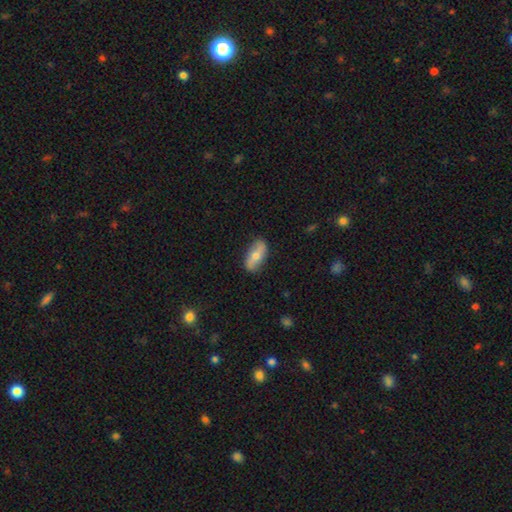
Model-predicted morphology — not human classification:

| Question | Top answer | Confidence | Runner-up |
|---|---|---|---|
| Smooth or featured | smooth | 54% | featured or disk (40%) |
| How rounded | in between | 82% | cigar-shaped (14%) |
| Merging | none | 83% | minor disturbance (13%) |